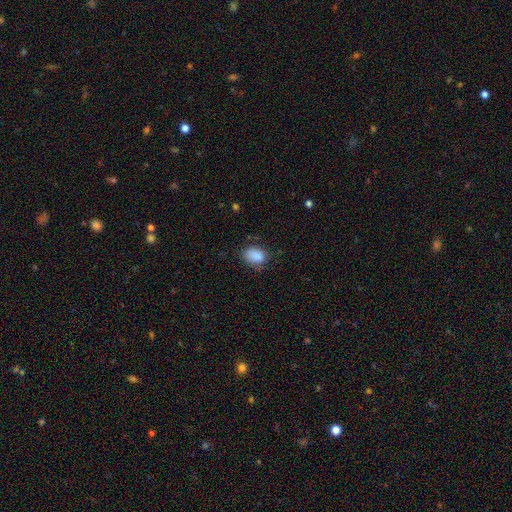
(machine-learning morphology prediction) A smooth galaxy with no disk features (87%) that is in between round and cigar-shaped (77%).

Vote fractions:
- Smooth or featured? smooth: 87% / star or artifact: 8% / featured or disk: 5%
- How rounded? in between: 77% / round: 21% / cigar-shaped: 1%
- Merging? none: 68% / minor disturbance: 24% / major disturbance: 6% / merger: 2%